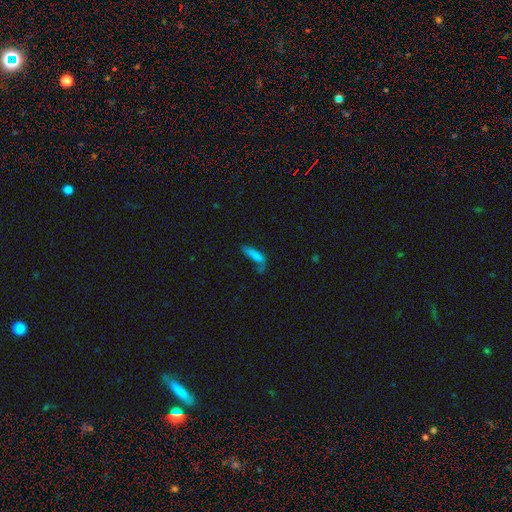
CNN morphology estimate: Smooth or featured?
  - smooth: 74% *
  - featured or disk: 15%
  - star or artifact: 11%
How rounded?
  - cigar-shaped: 68% *
  - in between: 29%
  - round: 3%
Merging?
  - none: 43% *
  - minor disturbance: 22%
  - major disturbance: 20%
  - merger: 15%